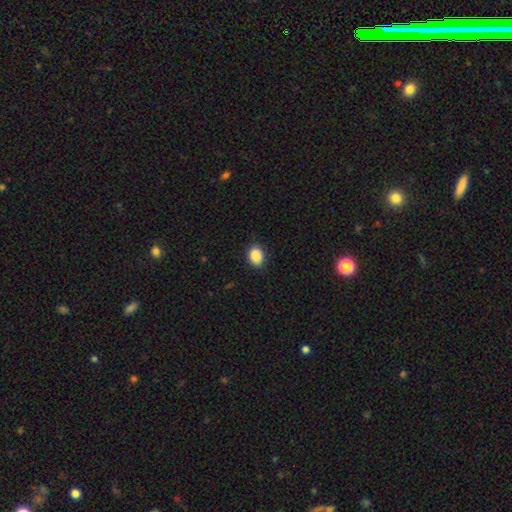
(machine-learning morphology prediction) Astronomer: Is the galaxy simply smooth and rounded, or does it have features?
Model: smooth — 89%.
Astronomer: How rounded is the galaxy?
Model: in between — 63%.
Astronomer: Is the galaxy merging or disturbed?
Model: none — 87%.